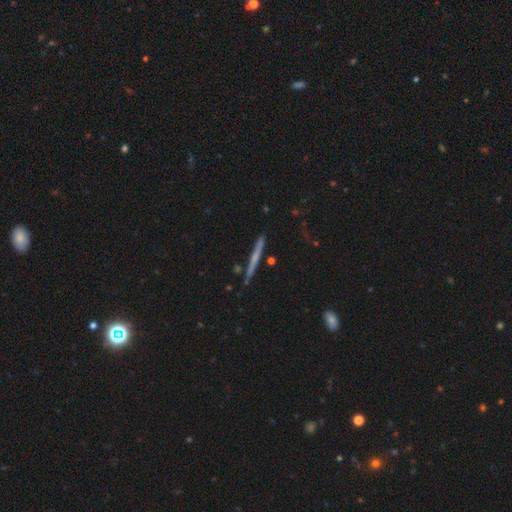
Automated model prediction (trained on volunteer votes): A featured or disk galaxy (61%) viewed edge-on (98%) with no central bulge (62%).

Vote fractions:
- Smooth or featured? featured or disk: 61% / smooth: 33% / star or artifact: 7%
- Edge-on disk? yes: 98% / no: 2%
- Edge-on bulge? none: 62% / rounded: 32% / boxy: 6%
- Merging? none: 89% / minor disturbance: 8% / merger: 2% / major disturbance: 2%